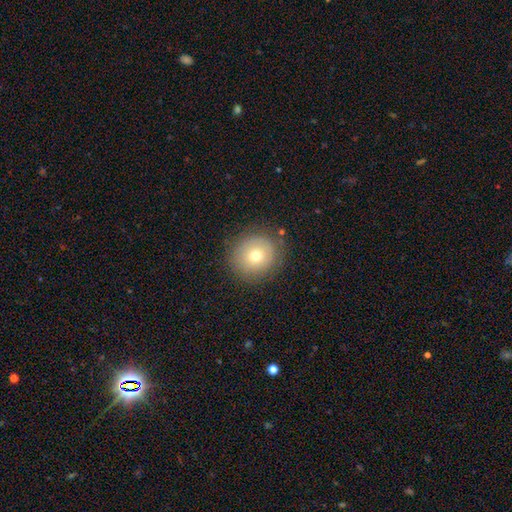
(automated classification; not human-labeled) This is likely a smooth galaxy (68%). How rounded: clearly round (89%). Merging: clearly none (84%).